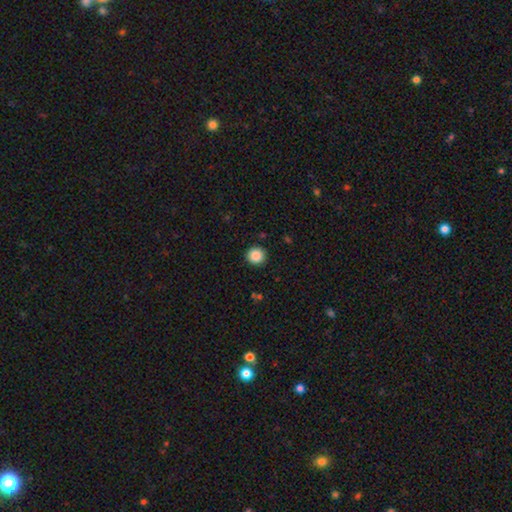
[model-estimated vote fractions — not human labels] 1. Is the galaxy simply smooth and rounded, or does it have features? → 88% smooth, 9% star or artifact, 3% featured or disk.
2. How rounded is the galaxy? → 94% round, 6% in between, 1% cigar-shaped.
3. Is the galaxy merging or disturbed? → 92% none, 5% minor disturbance, 2% major disturbance, 1% merger.